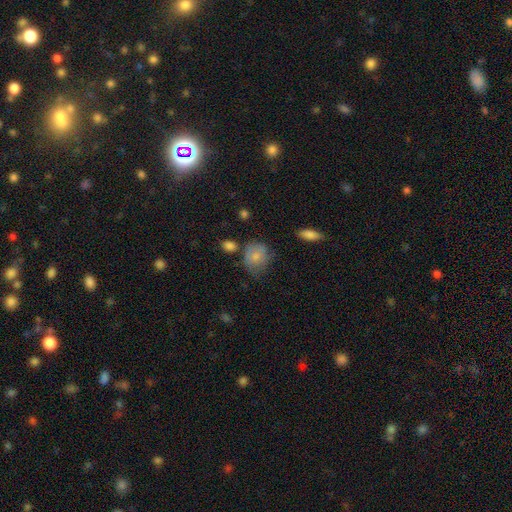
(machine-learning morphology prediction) Q: Smooth or featured?
A: smooth (75%); runner-up: featured or disk (17%)
Q: How rounded?
A: round (61%); runner-up: in between (37%)
Q: Merging?
A: none (48%); runner-up: minor disturbance (33%)